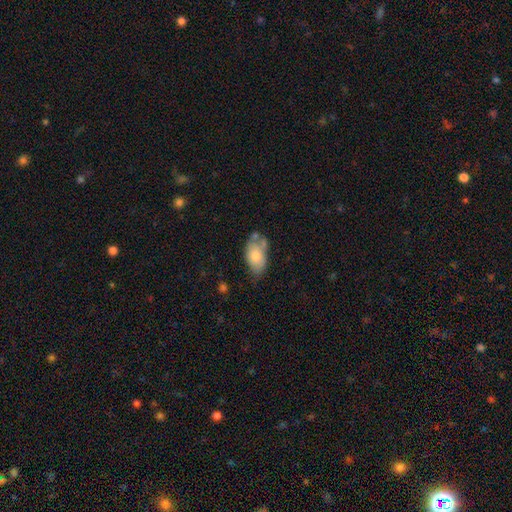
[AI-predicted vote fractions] Overall: smooth (71%). How rounded: in between (92%). Merging: none (47%; minor disturbance 31%).